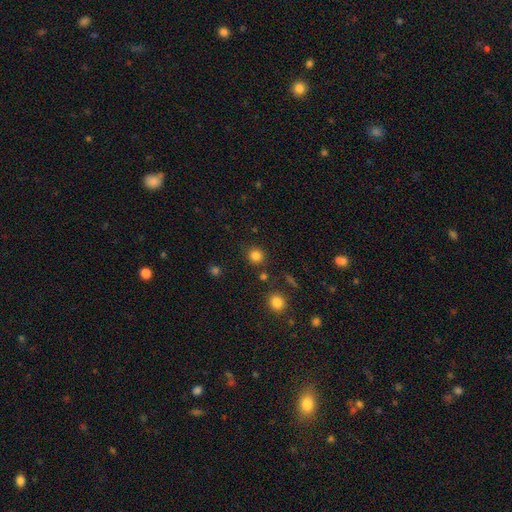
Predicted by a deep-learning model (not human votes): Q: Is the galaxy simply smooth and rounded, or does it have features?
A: smooth — 83%.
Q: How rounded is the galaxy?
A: round — 91%.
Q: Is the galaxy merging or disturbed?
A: none — 85%.